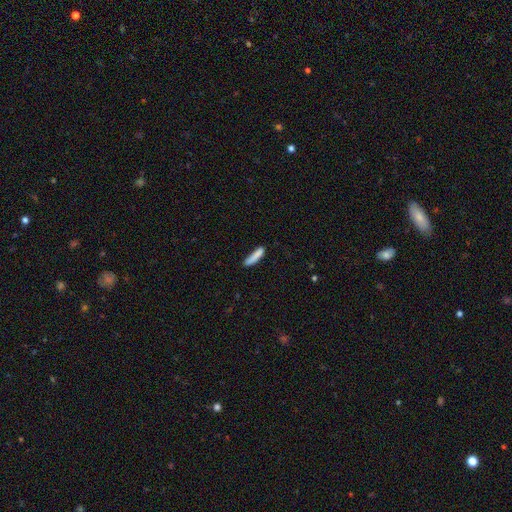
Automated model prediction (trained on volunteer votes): A smooth galaxy with no disk features (84%) that is cigar-shaped (87%).

Vote fractions:
- Smooth or featured? smooth: 84% / featured or disk: 9% / star or artifact: 7%
- How rounded? cigar-shaped: 87% / in between: 11% / round: 1%
- Merging? none: 76% / minor disturbance: 17% / major disturbance: 4% / merger: 3%